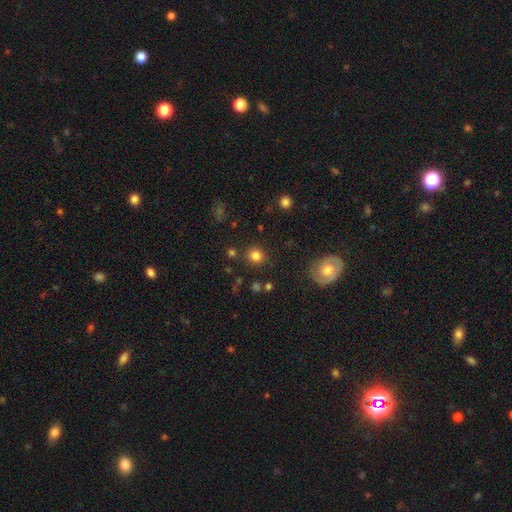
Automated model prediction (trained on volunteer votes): Q: Smooth or featured?
A: smooth (82%); runner-up: star or artifact (12%)
Q: How rounded?
A: round (90%); runner-up: in between (9%)
Q: Merging?
A: none (87%); runner-up: minor disturbance (7%)